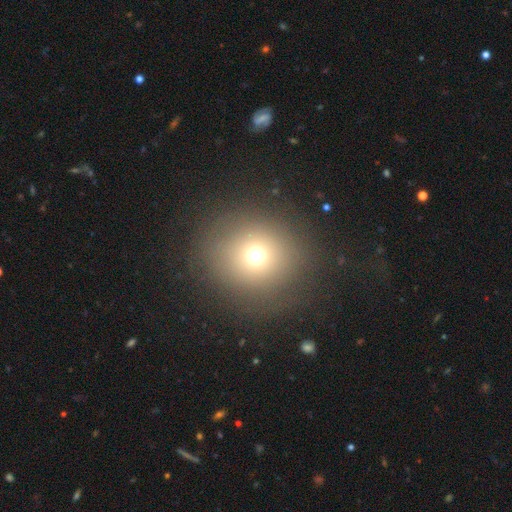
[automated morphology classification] This is likely a smooth galaxy (69%). How rounded: clearly round (90%). Merging: clearly none (83%).